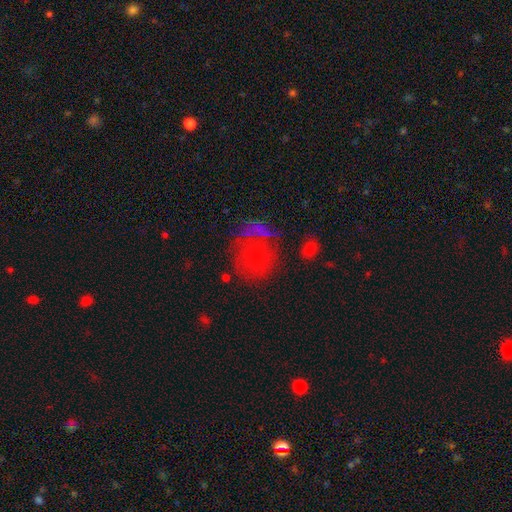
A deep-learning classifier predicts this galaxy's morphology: A smooth galaxy with no disk features (49%). Merging: none (51%).